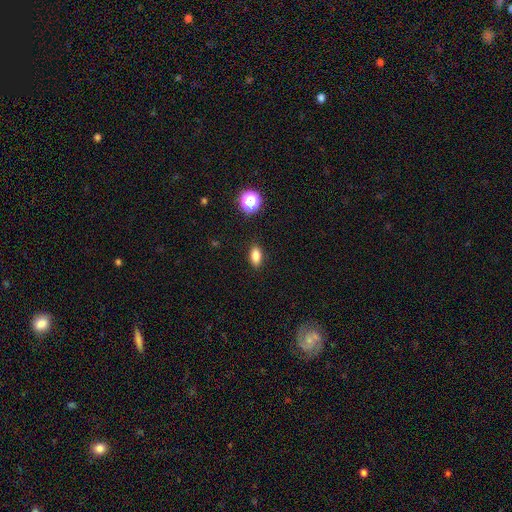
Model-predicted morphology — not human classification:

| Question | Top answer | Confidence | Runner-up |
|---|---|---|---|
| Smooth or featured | smooth | 83% | star or artifact (11%) |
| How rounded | in between | 86% | round (8%) |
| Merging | none | 89% | minor disturbance (8%) |